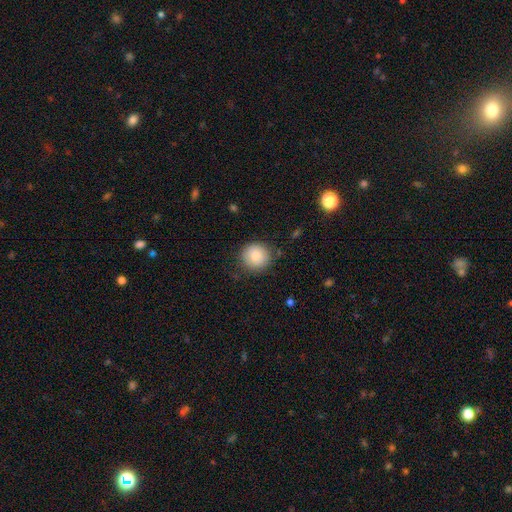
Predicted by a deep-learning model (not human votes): smooth-or-featured: smooth: 84% | star or artifact: 8% | featured or disk: 8%
  how-rounded: round: 92% | in between: 7% | cigar-shaped: 1%
  merging: none: 82% | minor disturbance: 13% | major disturbance: 4% | merger: 2%